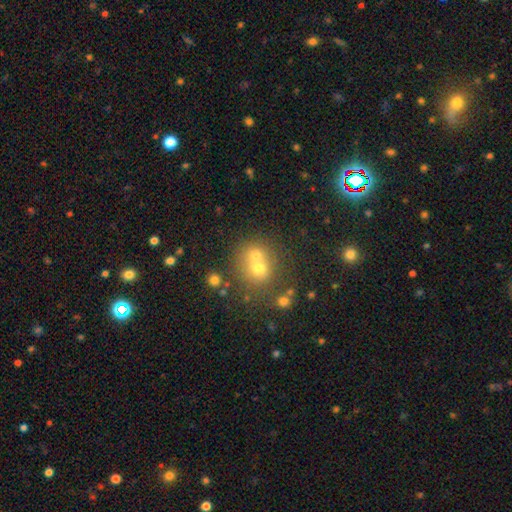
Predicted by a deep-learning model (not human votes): smooth 64%, featured or disk 19%, star or artifact 16%. Down the decision tree: how rounded — round (81%); merging — merger (50%).